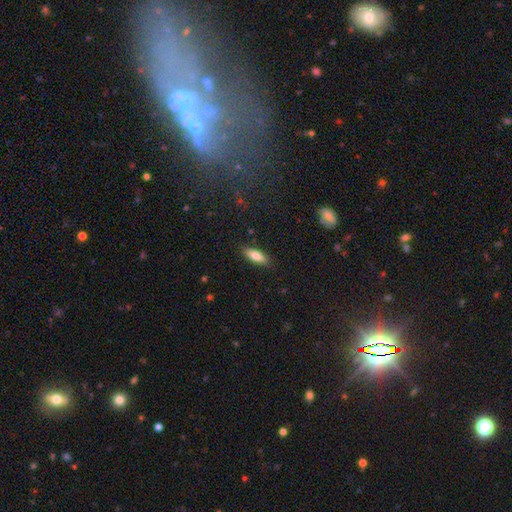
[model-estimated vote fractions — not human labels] Smooth or featured?
  - smooth: 79% *
  - featured or disk: 14%
  - star or artifact: 7%
How rounded?
  - in between: 63% *
  - cigar-shaped: 35%
  - round: 2%
Merging?
  - none: 86% *
  - minor disturbance: 10%
  - major disturbance: 2%
  - merger: 1%